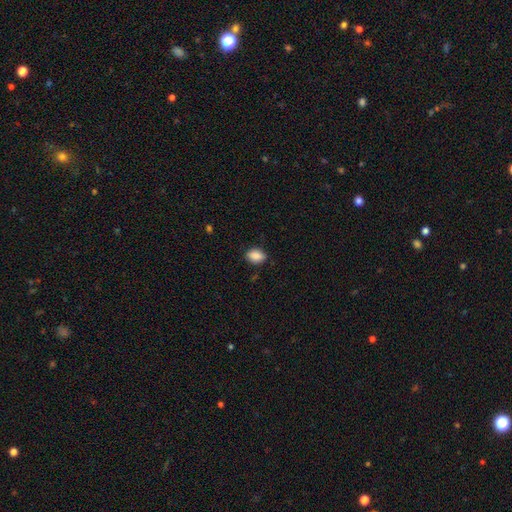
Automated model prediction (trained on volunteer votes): smooth_or_featured: smooth (p=0.87) [alt: star or artifact p=0.08]
how_rounded: in between (p=0.82) [alt: round p=0.16]
merging: none (p=0.81) [alt: minor disturbance p=0.15]